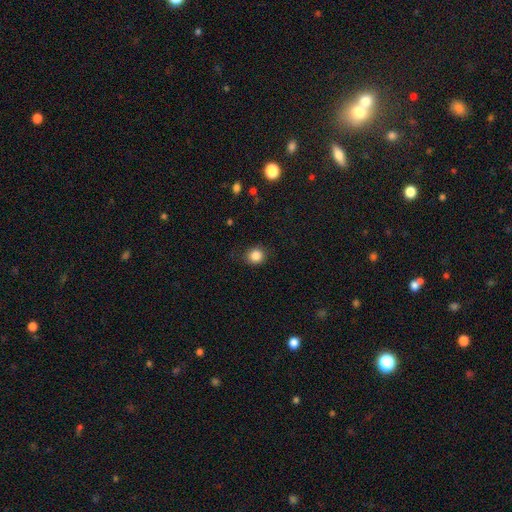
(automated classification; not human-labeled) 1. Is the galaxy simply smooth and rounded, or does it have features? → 85% smooth, 11% star or artifact, 4% featured or disk.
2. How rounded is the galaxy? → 85% round, 14% in between, 1% cigar-shaped.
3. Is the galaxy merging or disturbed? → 85% none, 11% minor disturbance, 3% major disturbance, 1% merger.